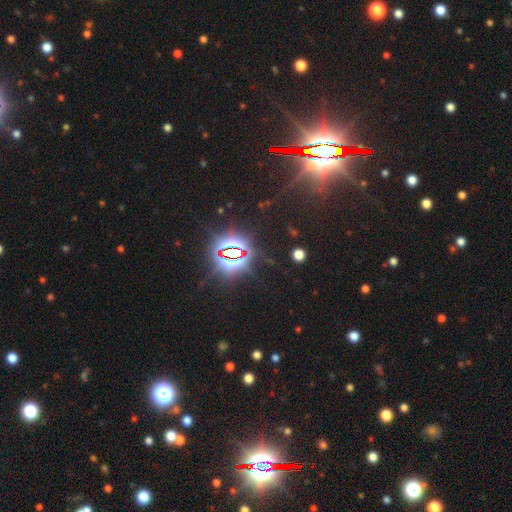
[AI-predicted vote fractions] Smooth or featured: star or artifact — 84% (smooth — 8%)